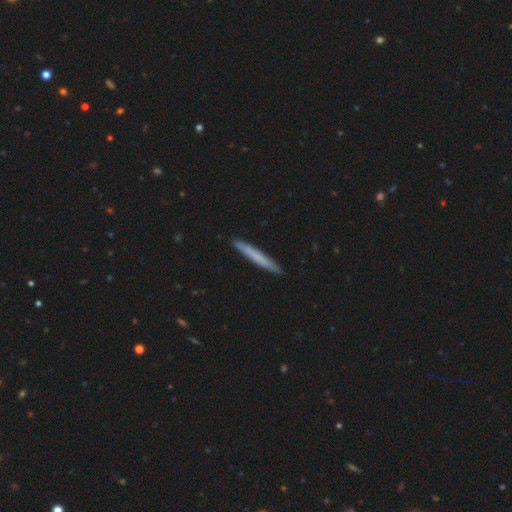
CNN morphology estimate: Smooth or featured? Predicted: smooth (p=0.66). How rounded? Predicted: cigar-shaped (p=0.97). Merging? Predicted: none (p=0.91).